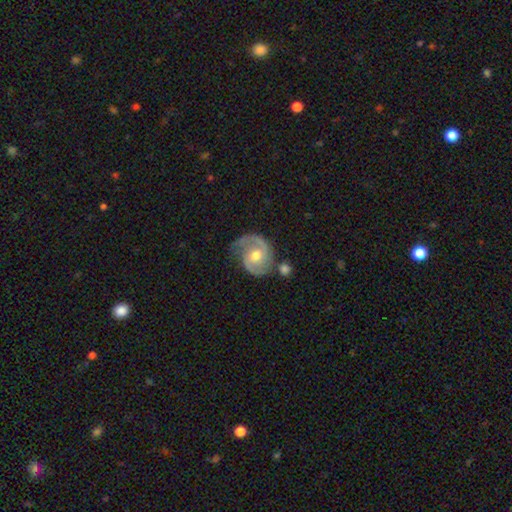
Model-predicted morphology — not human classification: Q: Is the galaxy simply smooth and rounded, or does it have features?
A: featured or disk — 83%.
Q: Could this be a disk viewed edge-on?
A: no — 98%.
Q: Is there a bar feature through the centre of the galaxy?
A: no — 54%.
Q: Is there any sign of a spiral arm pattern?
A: yes — 94%.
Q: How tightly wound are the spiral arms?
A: medium — 50%.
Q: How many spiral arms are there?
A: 2 — 83%.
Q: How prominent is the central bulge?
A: moderate — 78%.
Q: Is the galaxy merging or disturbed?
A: none — 56%.